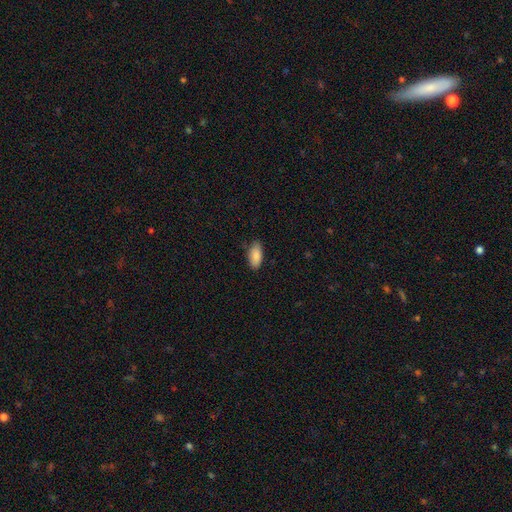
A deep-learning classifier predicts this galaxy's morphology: The model was most divided on "merging": none: 84%, minor disturbance: 13%, major disturbance: 2%, merger: 1%. More confident: how rounded — in between (90%); smooth or featured — smooth (87%).